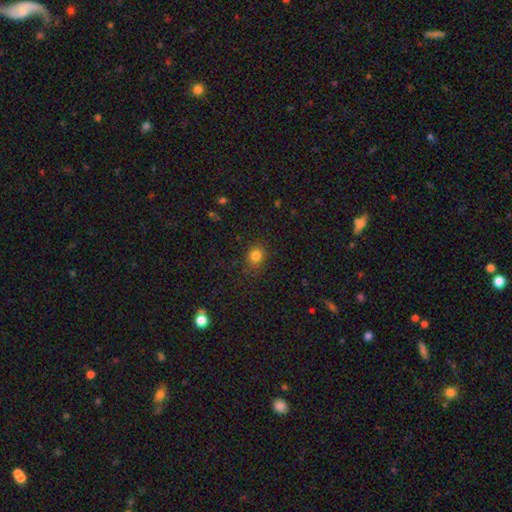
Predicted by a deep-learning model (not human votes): Smooth or featured: smooth — 81% (star or artifact — 14%)
How rounded: round — 73% (in between — 26%)
Merging: none — 82% (minor disturbance — 13%)